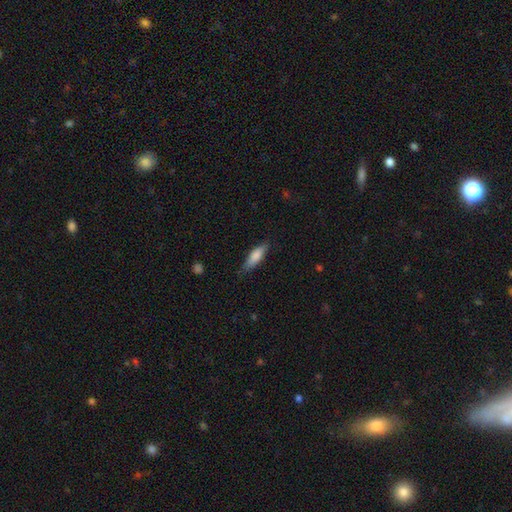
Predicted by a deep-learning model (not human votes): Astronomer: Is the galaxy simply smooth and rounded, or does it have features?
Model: smooth — 79%.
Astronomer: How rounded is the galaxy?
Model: cigar-shaped — 53% (runner-up: in between, 46%).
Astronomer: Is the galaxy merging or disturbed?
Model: none — 78%.